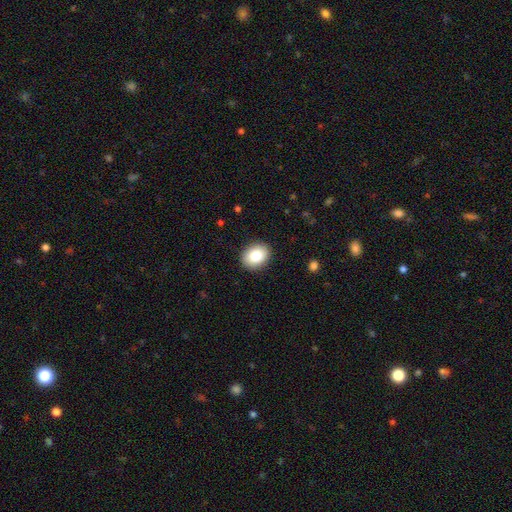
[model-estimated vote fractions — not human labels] Smooth or featured: smooth — 84% (featured or disk — 8%)
How rounded: in between — 60% (round — 39%)
Merging: none — 90% (minor disturbance — 7%)